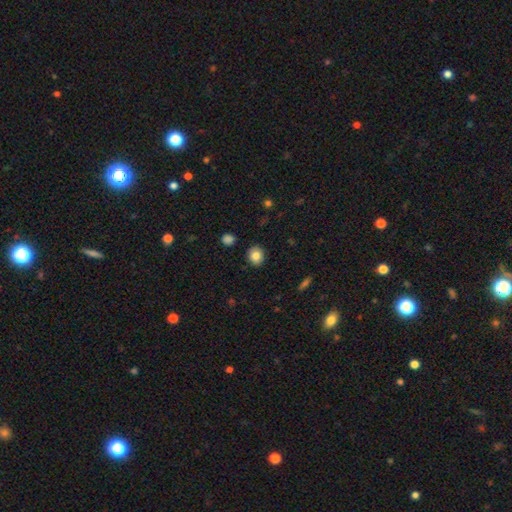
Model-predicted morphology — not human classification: Q: Smooth or featured?
A: smooth (85%); runner-up: star or artifact (9%)
Q: How rounded?
A: round (72%); runner-up: in between (27%)
Q: Merging?
A: none (90%); runner-up: minor disturbance (7%)